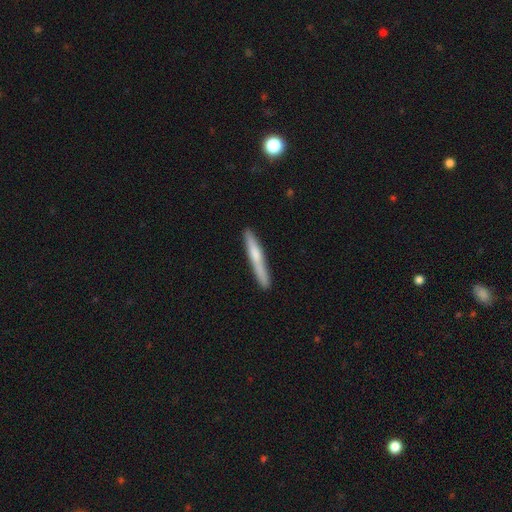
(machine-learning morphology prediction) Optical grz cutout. It shows a smooth galaxy with no disk features (57%) that is cigar-shaped (96%). Merging: none (85%).